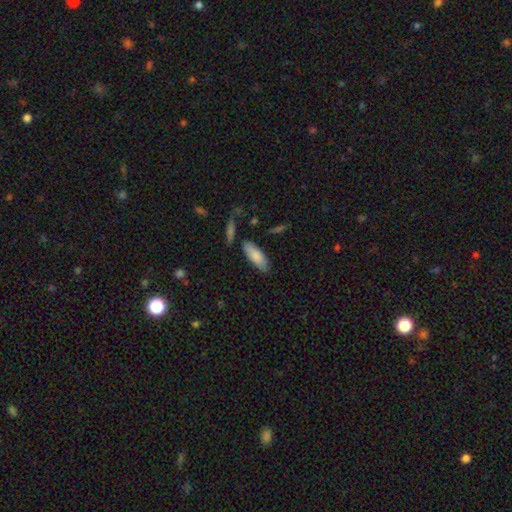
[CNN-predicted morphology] Smooth or featured? smooth (82%)
How rounded? in between (70%)
Merging? none (79%)